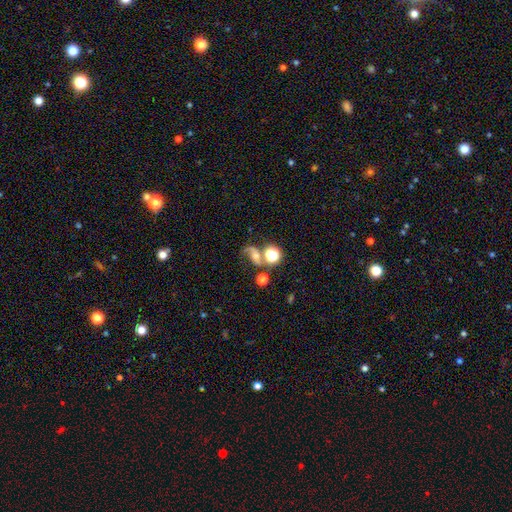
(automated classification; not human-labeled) This appears to be a featured or disk galaxy (59%) with no bar (58%), spiral arms (88%) and a moderate central bulge (50%). Merging: none (47%).